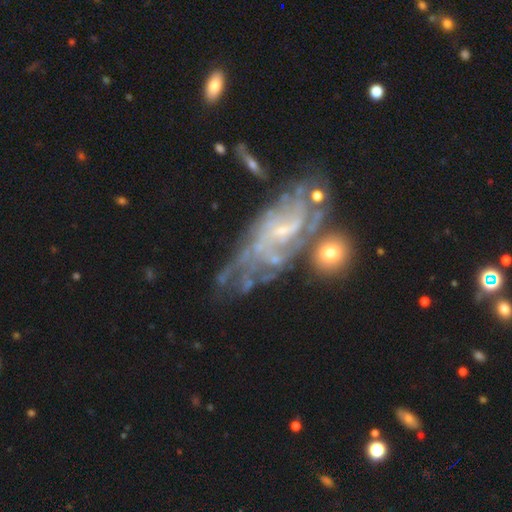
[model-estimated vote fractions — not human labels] This is clearly a featured or disk galaxy (82%). It is clearly not viewed edge-on (92%). Bar: possibly no (52%). Spiral arm pattern: clearly yes (85%). Spiral arm count: possibly can't tell (50%). Spiral winding: possibly tight (47%). Central bulge: likely small (70%). Merging: possibly none (48%).